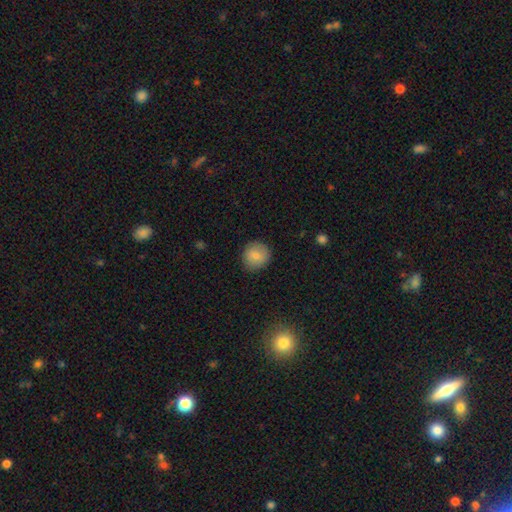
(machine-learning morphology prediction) Smooth or featured: smooth — 82% (featured or disk — 10%)
How rounded: round — 90% (in between — 9%)
Merging: none — 87% (minor disturbance — 9%)